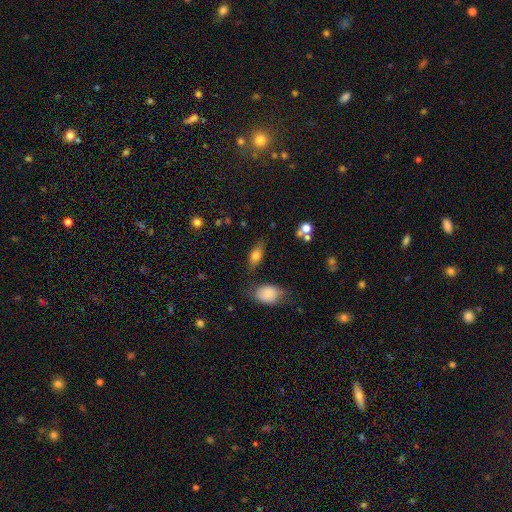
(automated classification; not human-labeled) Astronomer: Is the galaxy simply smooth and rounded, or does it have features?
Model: smooth — 73%.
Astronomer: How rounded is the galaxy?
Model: in between — 80%.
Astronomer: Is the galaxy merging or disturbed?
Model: none — 73%.